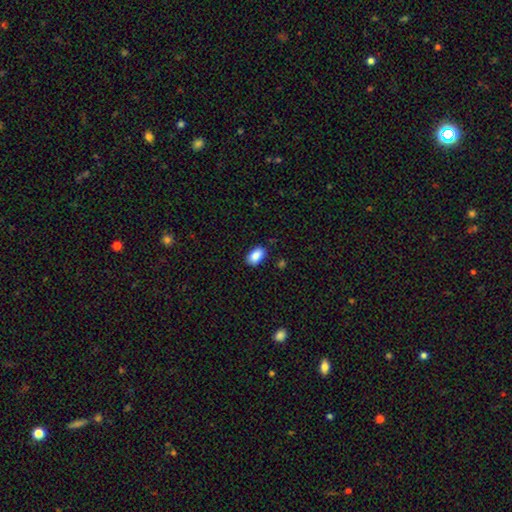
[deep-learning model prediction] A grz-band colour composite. It shows a smooth galaxy with no disk features (87%) that is in between round and cigar-shaped (92%). Merging: none (85%).